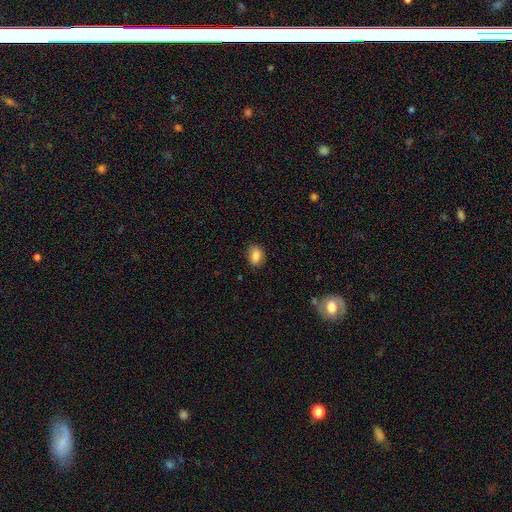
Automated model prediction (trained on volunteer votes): smooth 86%, star or artifact 8%, featured or disk 6%. Down the decision tree: how rounded — in between (75%); merging — none (85%).